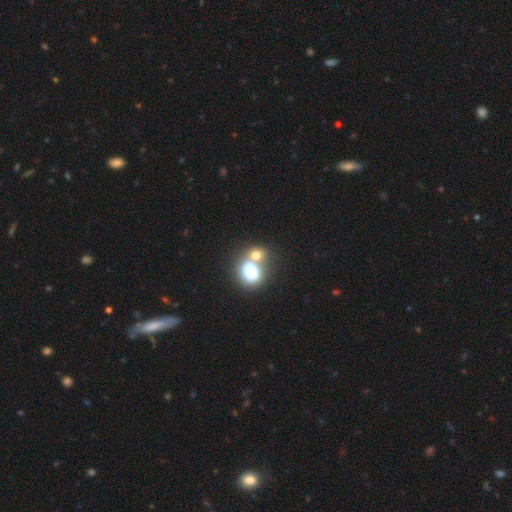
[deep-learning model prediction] The model was most divided on "merging": merger: 49%, none: 37%, minor disturbance: 9%, major disturbance: 6%. More confident: smooth or featured — smooth (74%); how rounded — round (61%).